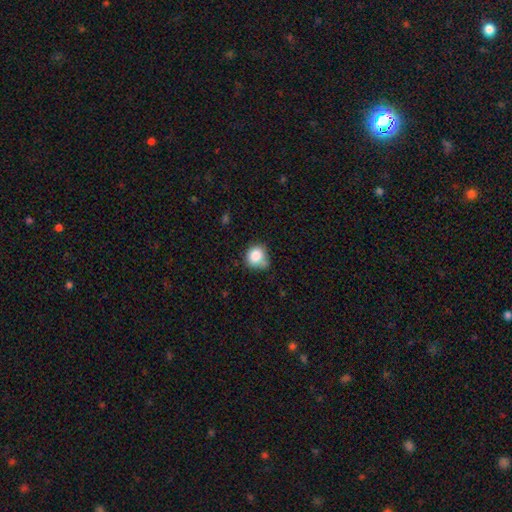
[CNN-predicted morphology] Q: Smooth or featured?
A: smooth (84%); runner-up: star or artifact (10%)
Q: How rounded?
A: round (80%); runner-up: in between (19%)
Q: Merging?
A: none (55%); runner-up: minor disturbance (30%)